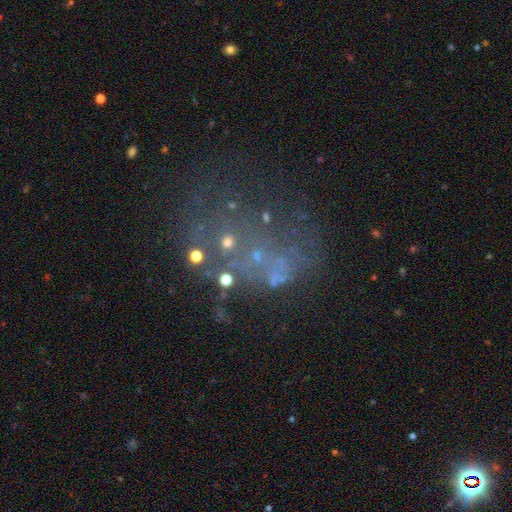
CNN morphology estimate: Smooth or featured? star or artifact (43%)